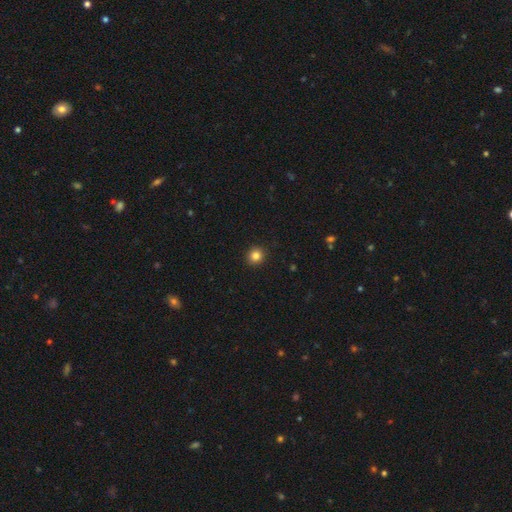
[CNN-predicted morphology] Smooth or featured?
  - smooth: 84% *
  - star or artifact: 11%
  - featured or disk: 5%
How rounded?
  - round: 91% *
  - in between: 8%
  - cigar-shaped: 1%
Merging?
  - none: 93% *
  - minor disturbance: 5%
  - major disturbance: 2%
  - merger: 1%